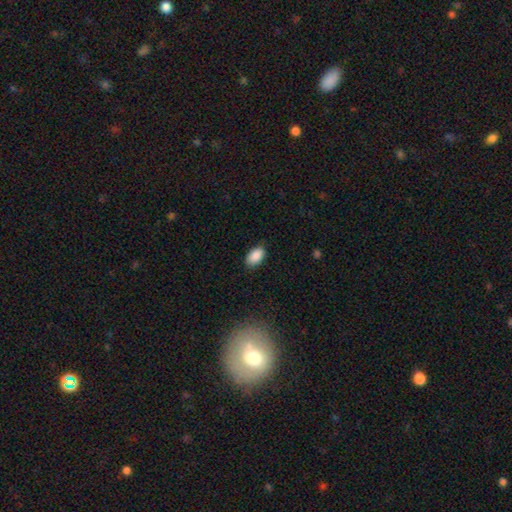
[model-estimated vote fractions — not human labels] Smooth or featured? Predicted: smooth (p=0.90). How rounded? Predicted: in between (p=0.93). Merging? Predicted: none (p=0.85).